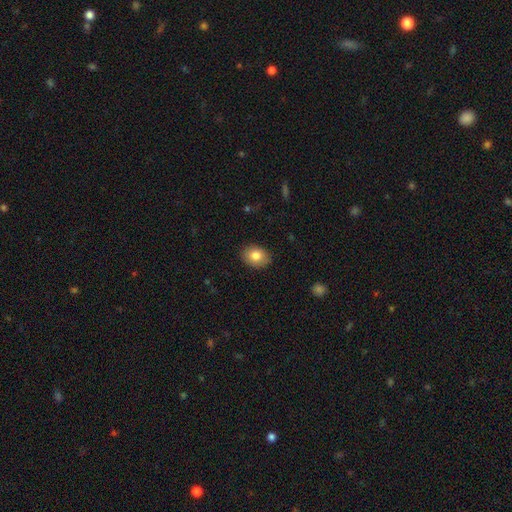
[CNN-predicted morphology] The model was most divided on "how rounded": in between: 68%, round: 31%, cigar-shaped: 1%. More confident: merging — none (88%); smooth or featured — smooth (83%).